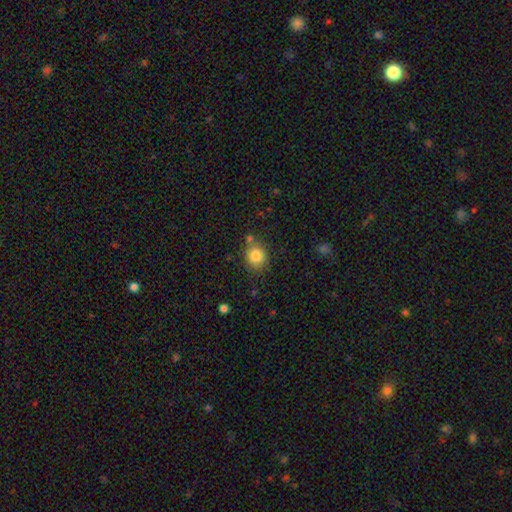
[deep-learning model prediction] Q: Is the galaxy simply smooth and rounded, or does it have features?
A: smooth — 84%.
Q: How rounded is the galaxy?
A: round — 79%.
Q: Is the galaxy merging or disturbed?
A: none — 74%.